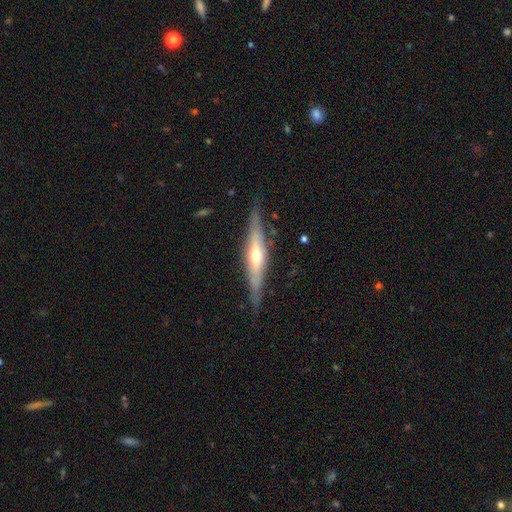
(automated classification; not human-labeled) featured or disk 69%, smooth 26%, star or artifact 6%. Down the decision tree: edge-on disk — yes (92%); edge-on bulge — rounded (83%); merging — none (82%).